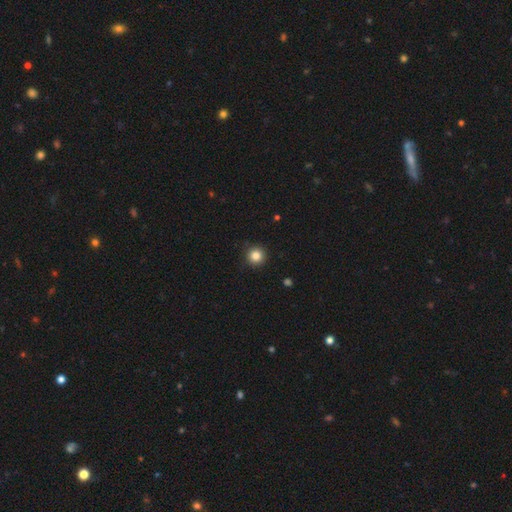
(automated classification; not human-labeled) Smooth or featured? smooth (85%)
How rounded? round (96%)
Merging? none (92%)